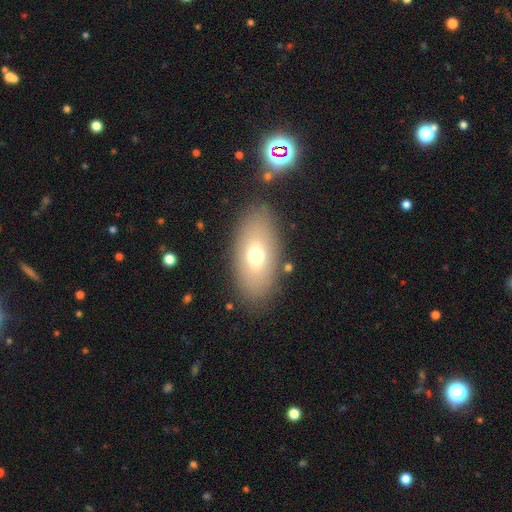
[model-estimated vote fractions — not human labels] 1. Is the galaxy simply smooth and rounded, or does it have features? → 67% smooth, 23% featured or disk, 10% star or artifact.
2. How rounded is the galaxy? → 90% in between, 6% round, 3% cigar-shaped.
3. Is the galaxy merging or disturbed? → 84% none, 10% minor disturbance, 5% major disturbance, 2% merger.